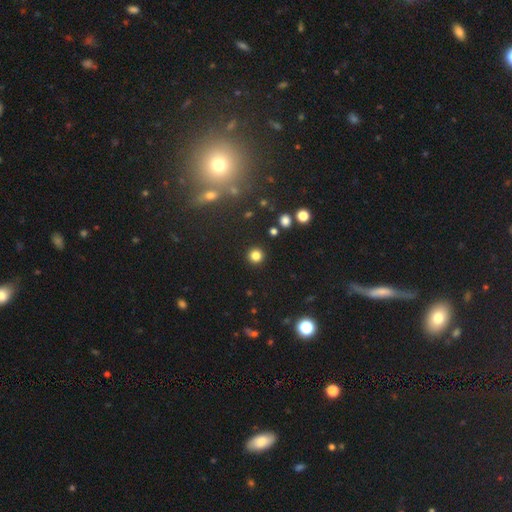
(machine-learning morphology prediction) A smooth galaxy with no disk features (81%) that is round (94%). Merging: none (92%).